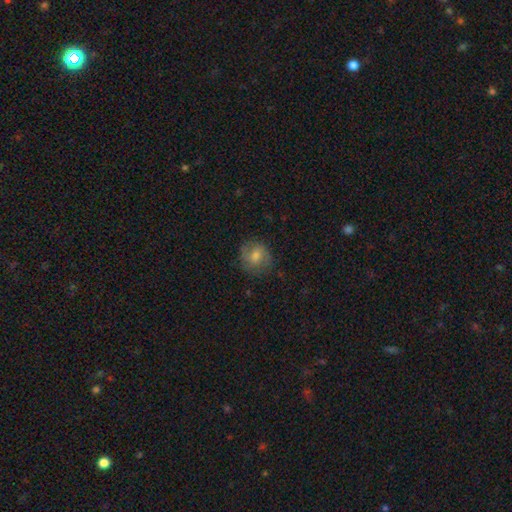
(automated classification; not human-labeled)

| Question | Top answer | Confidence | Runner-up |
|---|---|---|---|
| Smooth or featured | smooth | 47% | featured or disk (42%) |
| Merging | none | 77% | minor disturbance (16%) |